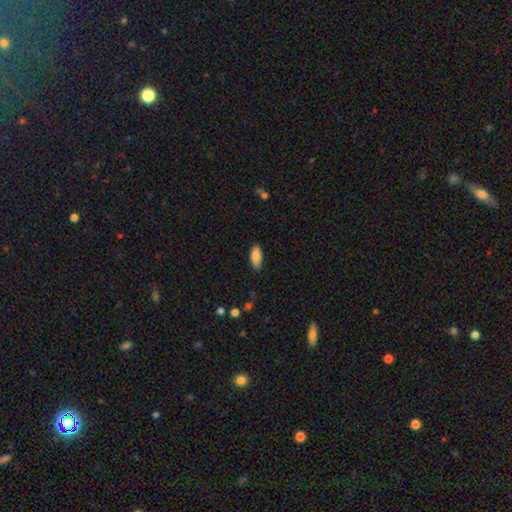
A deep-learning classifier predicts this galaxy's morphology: smooth-or-featured: smooth: 85% | featured or disk: 8% | star or artifact: 7%
  how-rounded: in between: 86% | cigar-shaped: 12% | round: 2%
  merging: none: 85% | minor disturbance: 12% | major disturbance: 2% | merger: 1%